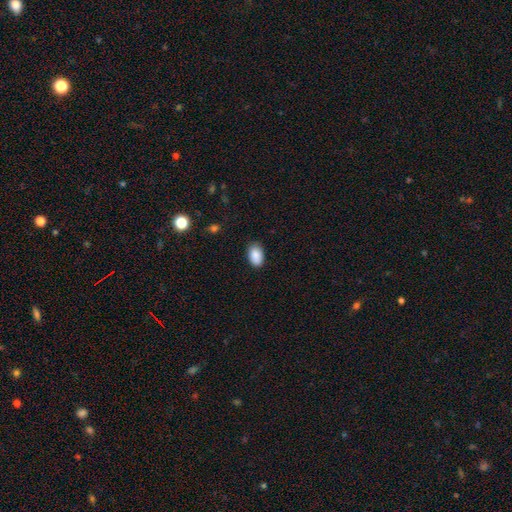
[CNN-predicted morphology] smooth 89%, star or artifact 7%, featured or disk 4%. Down the decision tree: how rounded — in between (91%); merging — none (83%).